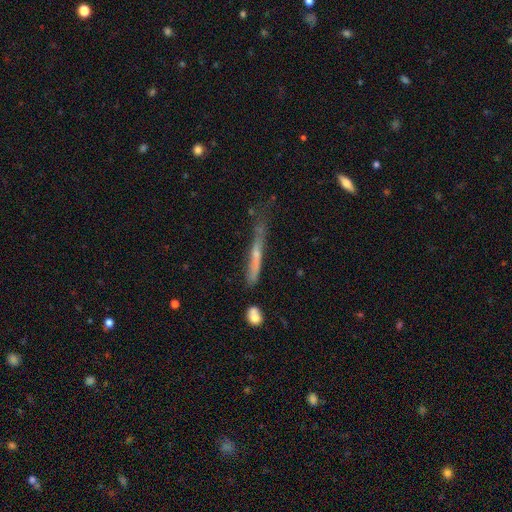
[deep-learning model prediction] Smooth or featured: featured or disk — 52% (smooth — 36%)
Edge-on disk: yes — 88% (no — 12%)
Merging: none — 55% (minor disturbance — 28%)